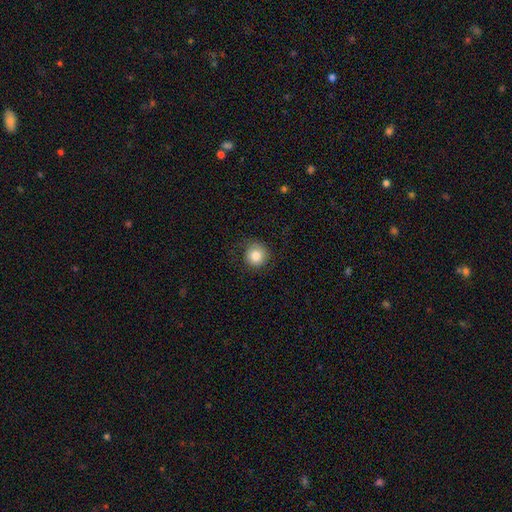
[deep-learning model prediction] Overall: smooth (82%). How rounded: round (93%). Merging: none (81%).